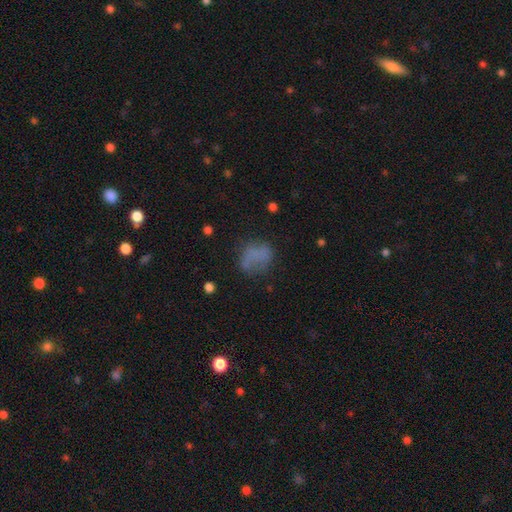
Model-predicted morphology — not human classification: A smooth galaxy with no disk features (66%) that is round (50%).

Vote fractions:
- Smooth or featured? smooth: 66% / featured or disk: 19% / star or artifact: 15%
- How rounded? round: 50% / in between: 48% / cigar-shaped: 2%
- Merging? none: 49% / minor disturbance: 24% / major disturbance: 22% / merger: 5%